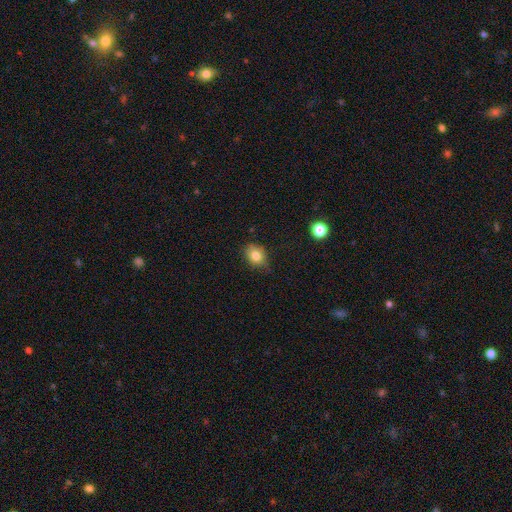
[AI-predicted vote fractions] smooth 81%, star or artifact 10%, featured or disk 9%. Down the decision tree: how rounded — in between (55%); merging — none (74%).